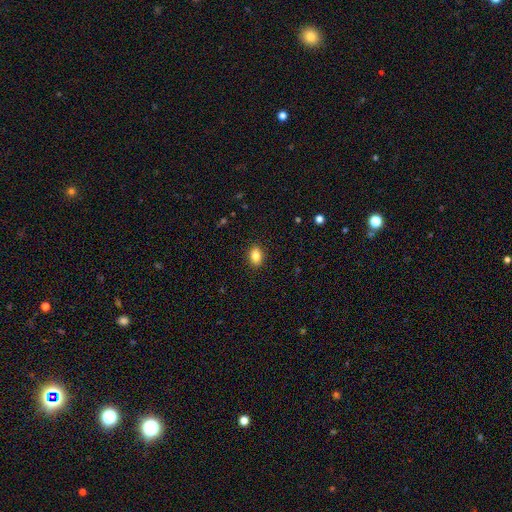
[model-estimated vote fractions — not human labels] Smooth or featured? Predicted: smooth (p=0.85). How rounded? Predicted: in between (p=0.80). Merging? Predicted: none (p=0.89).